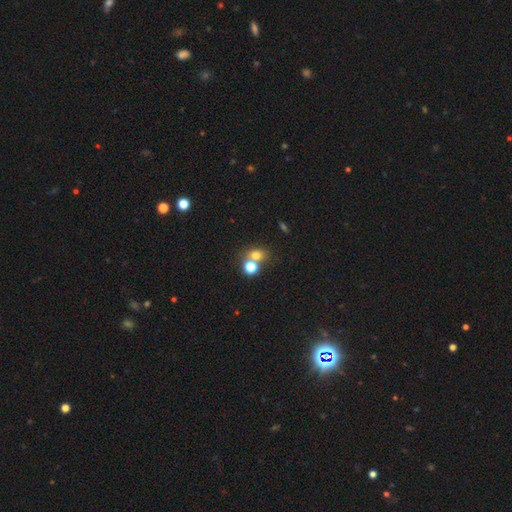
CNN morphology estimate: Q: Smooth or featured?
A: smooth (71%); runner-up: star or artifact (18%)
Q: How rounded?
A: round (58%); runner-up: in between (41%)
Q: Merging?
A: none (49%); runner-up: merger (38%)